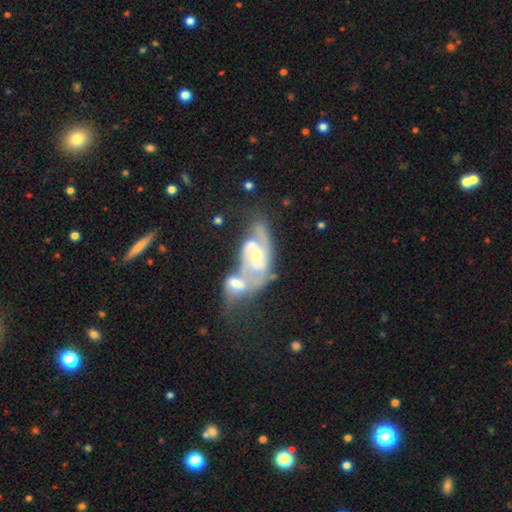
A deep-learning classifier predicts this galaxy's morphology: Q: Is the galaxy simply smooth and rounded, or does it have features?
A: featured or disk — 82%.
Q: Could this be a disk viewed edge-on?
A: no — 96%.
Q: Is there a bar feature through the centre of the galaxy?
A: no — 51%.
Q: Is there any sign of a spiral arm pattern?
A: yes — 89%.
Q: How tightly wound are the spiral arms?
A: medium — 46%.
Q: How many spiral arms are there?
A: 2 — 74%.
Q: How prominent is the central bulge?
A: moderate — 51%.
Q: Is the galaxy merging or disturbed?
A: merger — 69%.